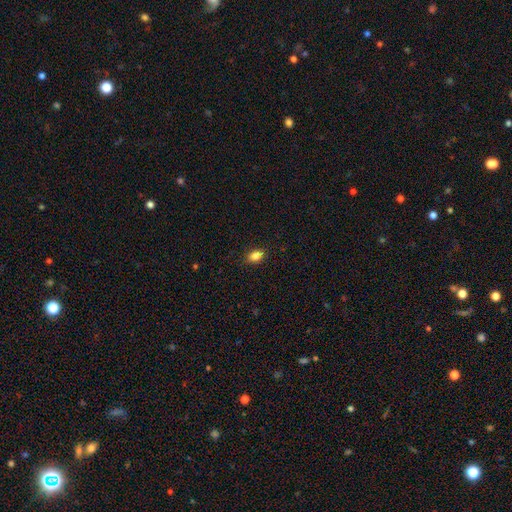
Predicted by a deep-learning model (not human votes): Smooth or featured? smooth (84%)
How rounded? in between (83%)
Merging? none (86%)